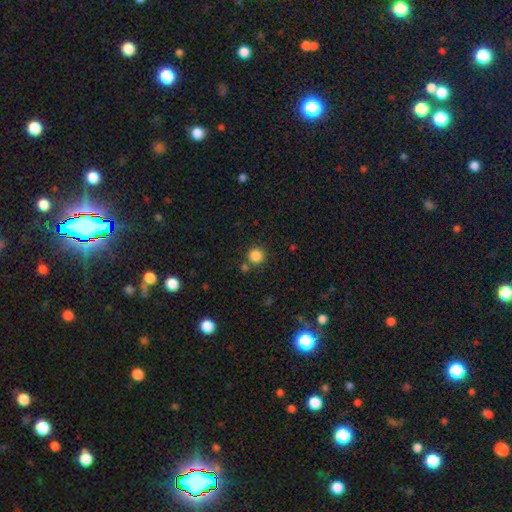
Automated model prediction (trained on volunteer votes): Smooth or featured? smooth (84%)
How rounded? round (94%)
Merging? none (80%)